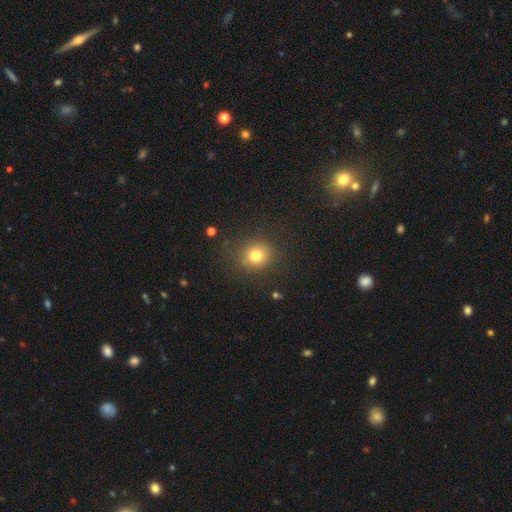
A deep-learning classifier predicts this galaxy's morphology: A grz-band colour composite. It shows a smooth galaxy with no disk features (79%) that is round (80%). Merging: none (82%).